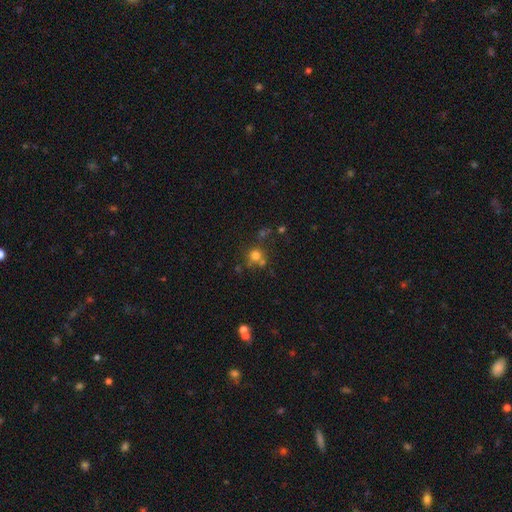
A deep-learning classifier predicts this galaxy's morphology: A smooth galaxy with no disk features (70%) that is round (90%). Merging: none (62%).